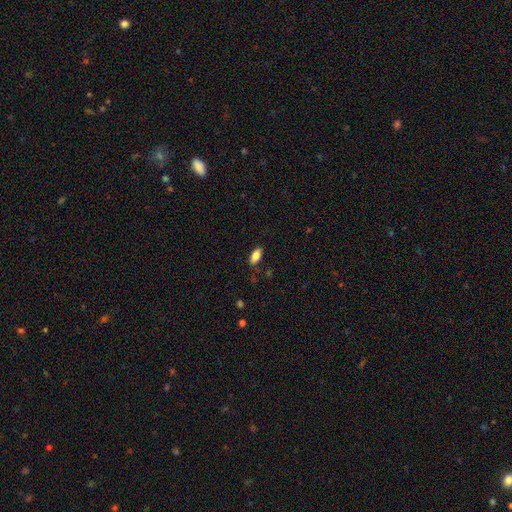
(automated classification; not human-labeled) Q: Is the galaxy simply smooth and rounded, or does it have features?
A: smooth — 83%.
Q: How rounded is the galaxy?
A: in between — 88%.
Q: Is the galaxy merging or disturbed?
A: none — 84%.